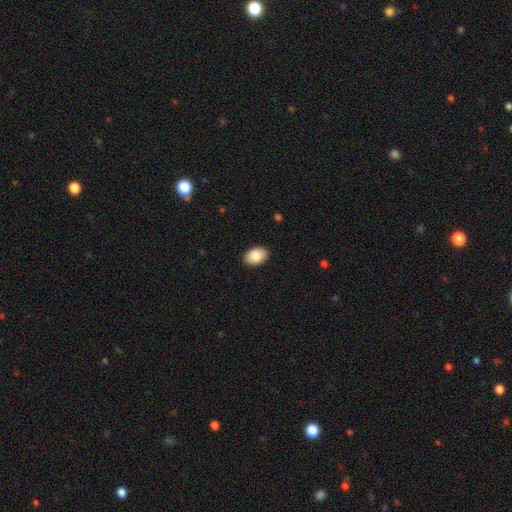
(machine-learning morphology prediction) Overall: smooth (88%). How rounded: in between (85%). Merging: none (90%).